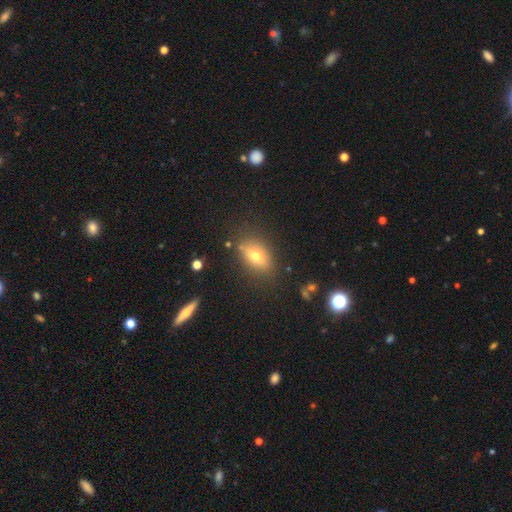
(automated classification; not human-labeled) A smooth galaxy with no disk features (67%) that is in between round and cigar-shaped (80%). Merging: none (79%).